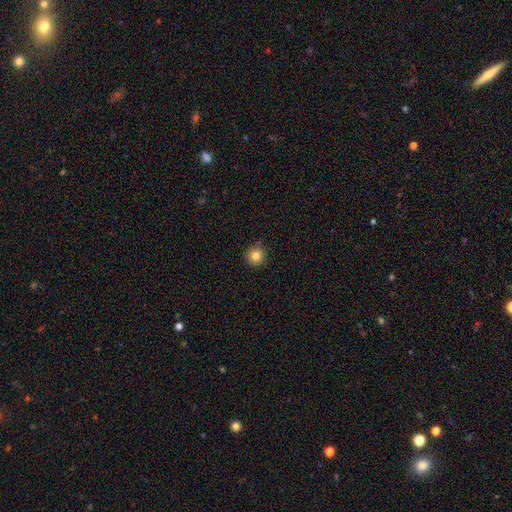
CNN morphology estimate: smooth-or-featured: smooth: 83% | star or artifact: 11% | featured or disk: 6%
  how-rounded: round: 95% | in between: 4% | cigar-shaped: 1%
  merging: none: 89% | minor disturbance: 8% | major disturbance: 2% | merger: 1%